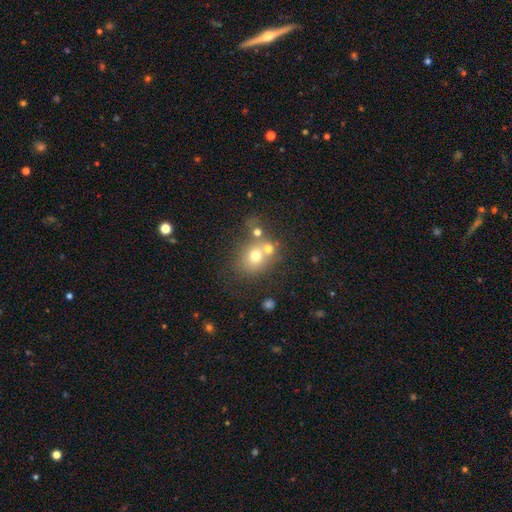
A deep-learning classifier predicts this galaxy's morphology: Overall: smooth (65%). How rounded: round (68%; in between 31%). Merging: none (44%; merger 39%).